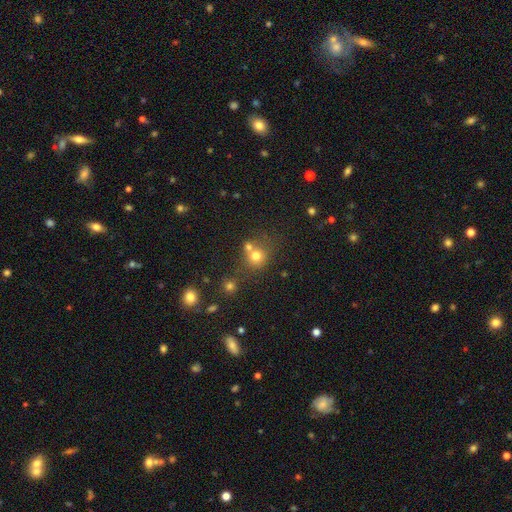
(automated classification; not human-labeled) Smooth or featured? smooth (73%)
How rounded? round (83%)
Merging? none (52%)